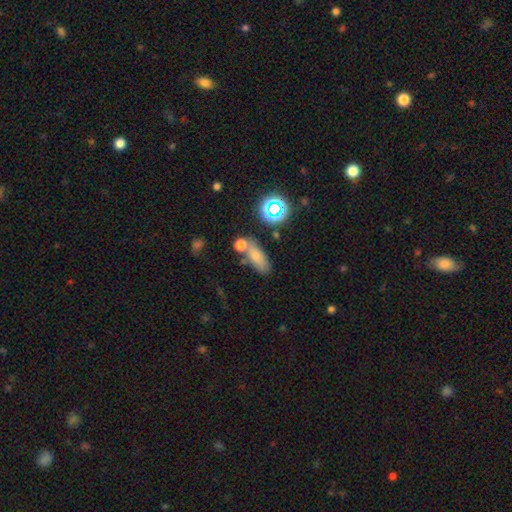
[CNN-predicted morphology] The model was most divided on "merging": none: 57%, merger: 23%, minor disturbance: 14%, major disturbance: 6%. More confident: smooth or featured — smooth (71%); how rounded — in between (65%).